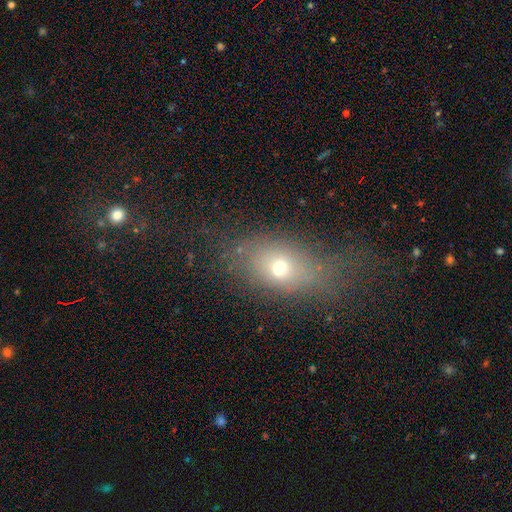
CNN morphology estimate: Smooth or featured? Predicted: smooth (p=0.62). How rounded? Predicted: in between (p=0.69). Merging? Predicted: none (p=0.56).